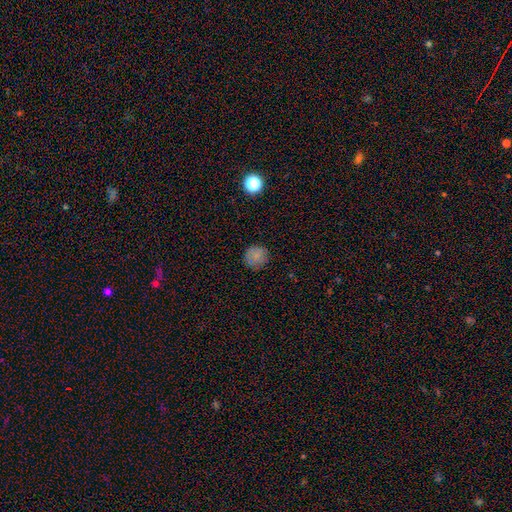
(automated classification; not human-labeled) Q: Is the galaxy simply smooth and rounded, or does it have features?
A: smooth — 81%.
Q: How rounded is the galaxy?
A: round — 94%.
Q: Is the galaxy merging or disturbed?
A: none — 86%.